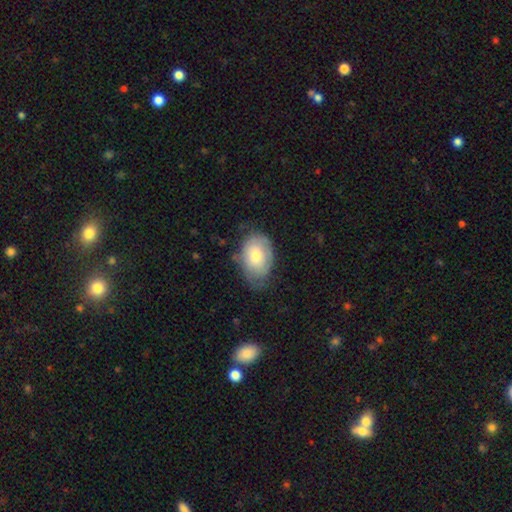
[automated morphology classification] Q: Smooth or featured?
A: smooth (67%); runner-up: featured or disk (27%)
Q: How rounded?
A: in between (85%); runner-up: round (14%)
Q: Merging?
A: none (56%); runner-up: minor disturbance (33%)